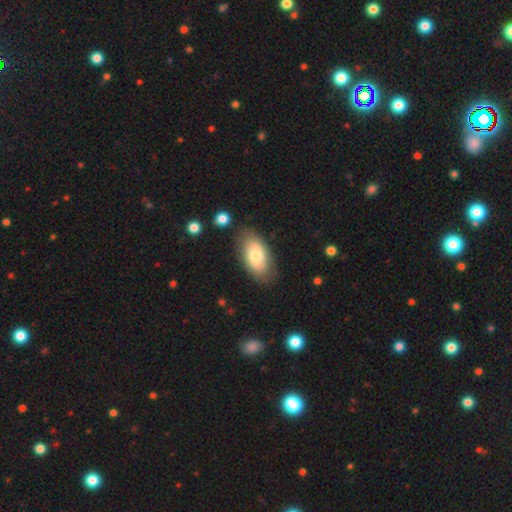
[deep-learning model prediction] Smooth or featured? Predicted: smooth (p=0.66). How rounded? Predicted: in between (p=0.93). Merging? Predicted: none (p=0.78).